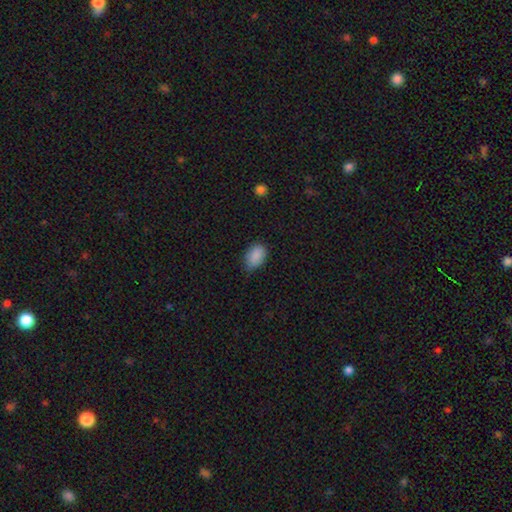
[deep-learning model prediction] smooth-or-featured: smooth: 88% | star or artifact: 7% | featured or disk: 4%
  how-rounded: in between: 87% | round: 11% | cigar-shaped: 1%
  merging: none: 66% | minor disturbance: 29% | major disturbance: 4% | merger: 1%